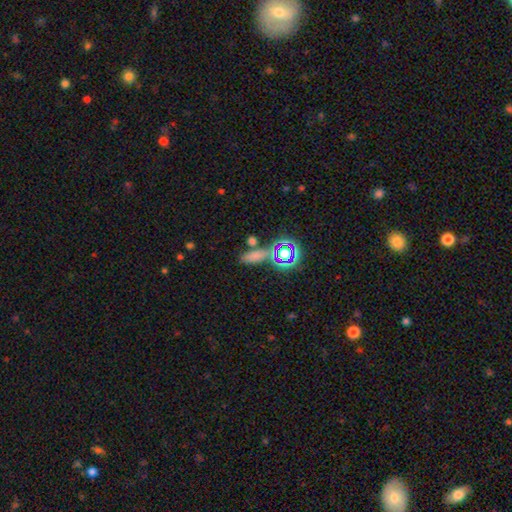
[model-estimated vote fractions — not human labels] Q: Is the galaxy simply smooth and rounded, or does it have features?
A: smooth — 64%.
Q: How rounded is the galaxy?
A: in between — 52%.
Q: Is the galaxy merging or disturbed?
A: none — 63%.